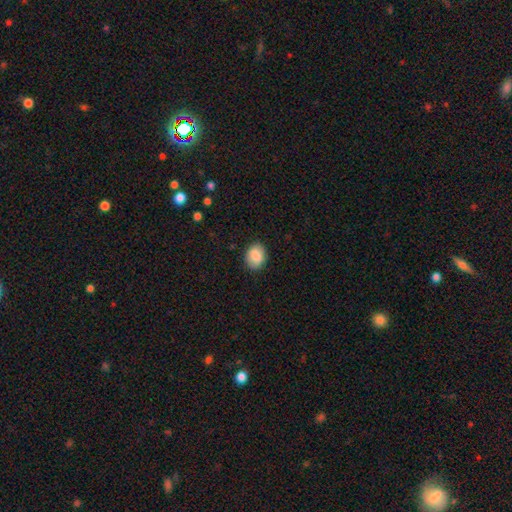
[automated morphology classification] This appears to be a smooth galaxy with no disk features (87%) that is in between round and cigar-shaped (57%). Merging: none (87%).